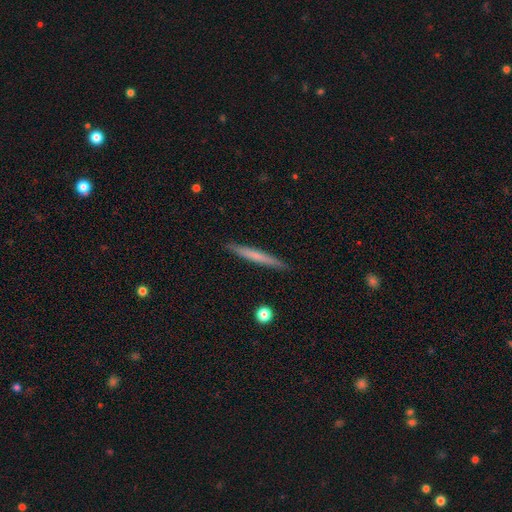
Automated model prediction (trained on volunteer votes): The model was most divided on "smooth or featured": smooth: 58%, featured or disk: 36%, star or artifact: 6%. More confident: how rounded — cigar-shaped (97%); merging — none (91%).